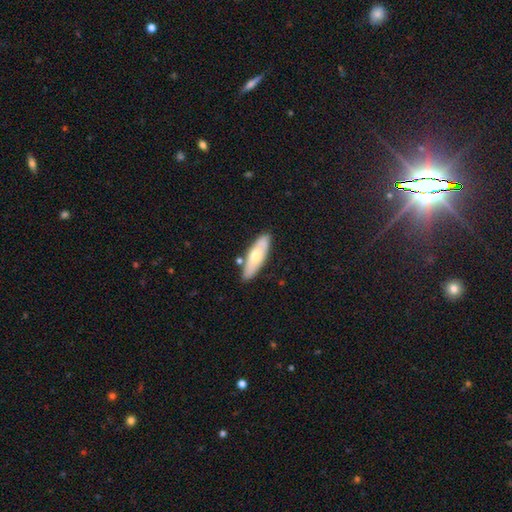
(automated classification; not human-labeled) This is possibly a smooth galaxy (52%). How rounded: possibly in between (50%). Merging: clearly none (83%).